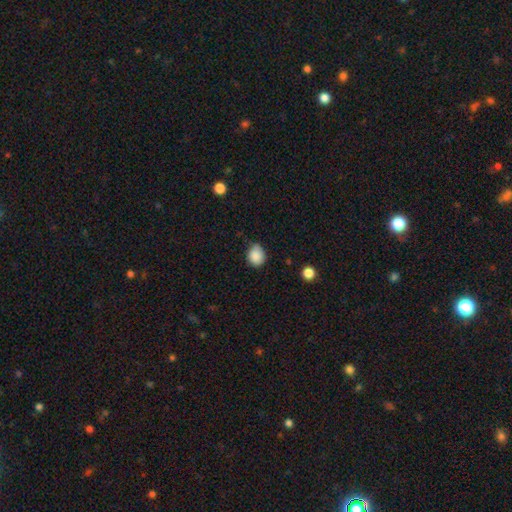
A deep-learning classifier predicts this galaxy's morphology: Smooth or featured?
  - smooth: 87% *
  - star or artifact: 9%
  - featured or disk: 4%
How rounded?
  - round: 66% *
  - in between: 33%
  - cigar-shaped: 1%
Merging?
  - none: 65% *
  - minor disturbance: 29%
  - major disturbance: 4%
  - merger: 2%